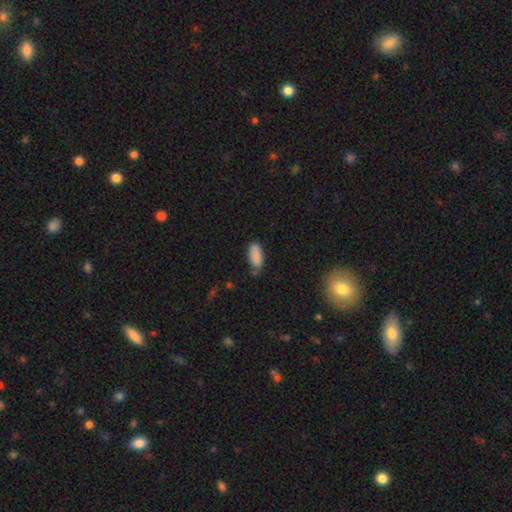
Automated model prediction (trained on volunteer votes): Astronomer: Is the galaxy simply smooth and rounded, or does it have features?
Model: smooth — 87%.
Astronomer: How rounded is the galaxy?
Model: in between — 89%.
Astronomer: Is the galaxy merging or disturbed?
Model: none — 66%.